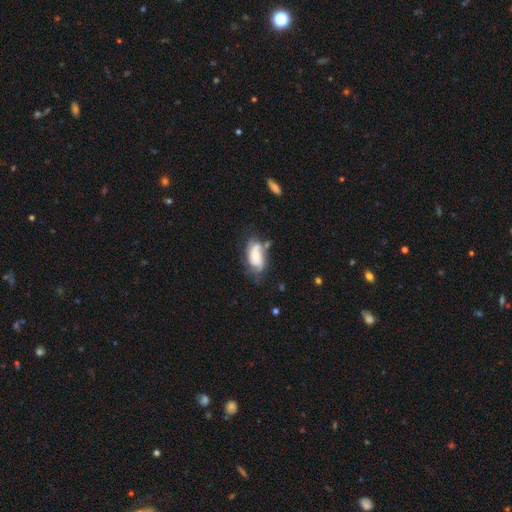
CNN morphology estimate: Smooth or featured: featured or disk — 59% (smooth — 33%)
Edge-on disk: no — 95% (yes — 5%)
Bar: no — 65% (weak — 27%)
Spiral arms: yes — 81% (no — 19%)
Bulge size: small — 36% (moderate — 33%)
Merging: none — 44% (minor disturbance — 27%)